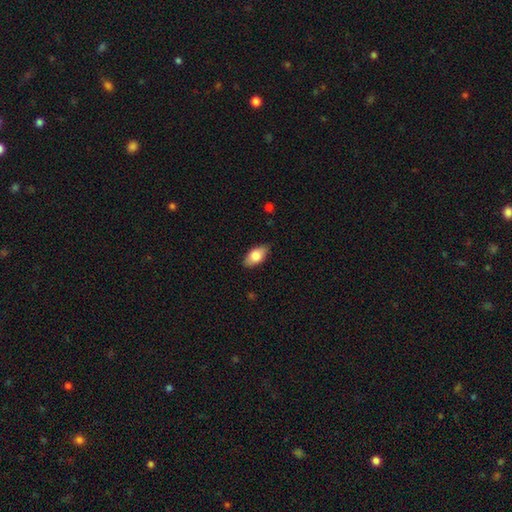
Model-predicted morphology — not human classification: This appears to be a smooth galaxy with no disk features (78%) that is in between round and cigar-shaped (91%). Merging: none (83%).